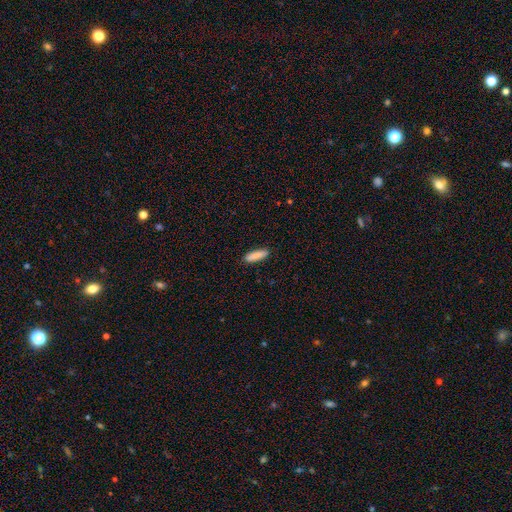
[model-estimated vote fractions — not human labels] The model was most divided on "how rounded": cigar-shaped: 67%, in between: 31%, round: 1%. More confident: merging — none (90%); smooth or featured — smooth (88%).